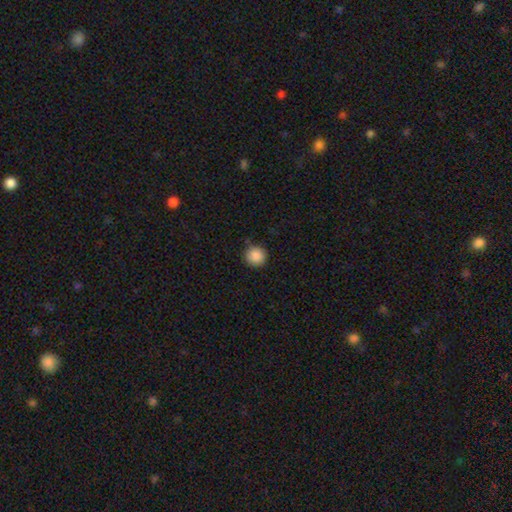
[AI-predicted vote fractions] A smooth galaxy with no disk features (89%) that is round (95%). Merging: none (88%).